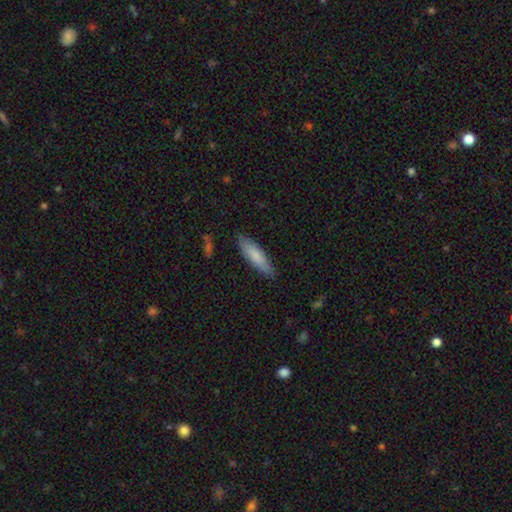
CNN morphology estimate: Smooth or featured? Predicted: smooth (p=0.80). How rounded? Predicted: cigar-shaped (p=0.65). Merging? Predicted: none (p=0.86).